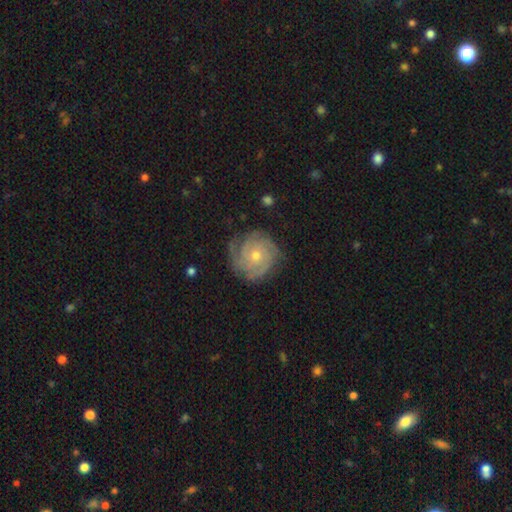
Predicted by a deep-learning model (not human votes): A featured or disk galaxy (84%) with no bar (80%), 3 (29%) tight (76%) spiral arms (97%) and a small central bulge (53%).

Vote fractions:
- Smooth or featured? featured or disk: 84% / smooth: 10% / star or artifact: 6%
- Edge-on disk? no: 98% / yes: 2%
- Bar? no: 80% / weak: 16% / strong: 3%
- Spiral arms? yes: 97% / no: 3%
- Spiral winding? tight: 76% / medium: 20% / loose: 4%
- Spiral arm count? 3: 29% / can't tell: 24% / 4: 20% / 2: 12% / more than 4: 8% / 1: 7%
- Bulge size? small: 53% / moderate: 44% / large: 1% / none: 1% / dominant: 1%
- Merging? none: 79% / minor disturbance: 15% / major disturbance: 5% / merger: 1%